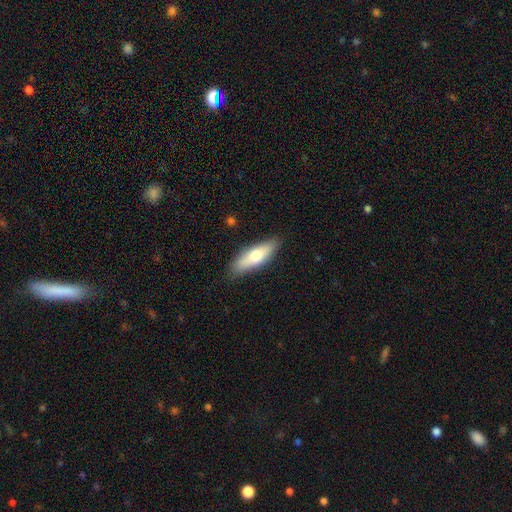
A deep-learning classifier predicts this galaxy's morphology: A smooth galaxy with no disk features (65%) that is cigar-shaped (49%, tied with in between).

Vote fractions:
- Smooth or featured? smooth: 65% / featured or disk: 29% / star or artifact: 6%
- How rounded? cigar-shaped: 49% (tied) / in between: 49% (tied) / round: 2%
- Merging? none: 85% / minor disturbance: 12% / major disturbance: 2% / merger: 1%